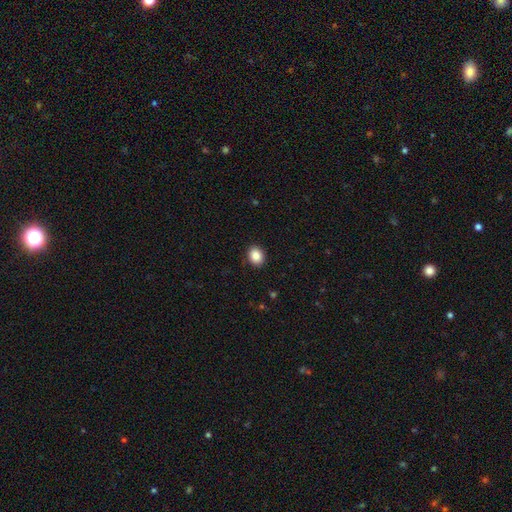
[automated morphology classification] smooth 87%, star or artifact 9%, featured or disk 4%. Down the decision tree: how rounded — round (52%); merging — none (90%).